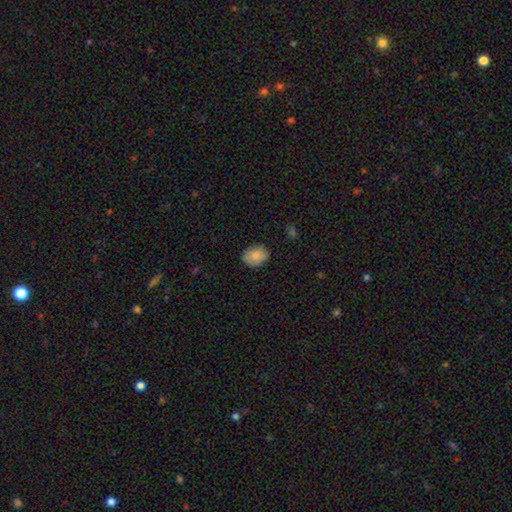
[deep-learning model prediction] Smooth or featured? smooth (84%)
How rounded? in between (66%)
Merging? none (83%)